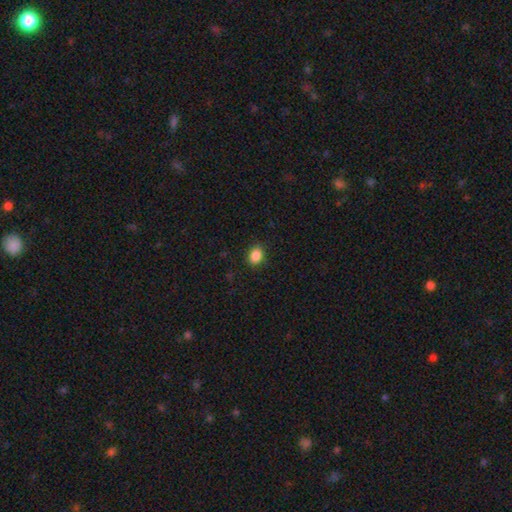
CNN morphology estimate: This appears to be a smooth galaxy with no disk features (88%) that is in between round and cigar-shaped (58%). Merging: none (88%).